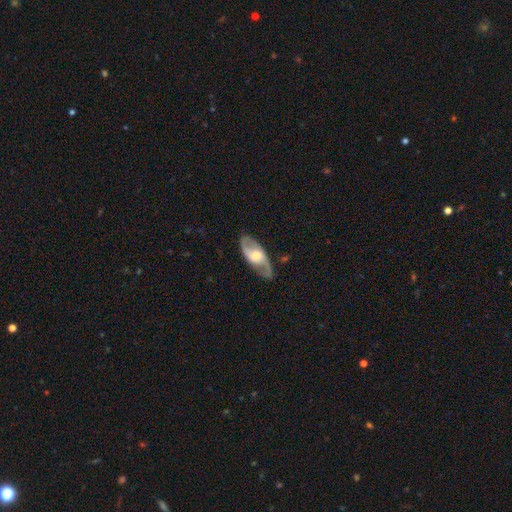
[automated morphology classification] This appears to be a featured or disk galaxy (75%) with no bar (47%), 2 (87%) medium (47%) spiral arms (86%) and a moderate central bulge (56%). Merging: none (80%).